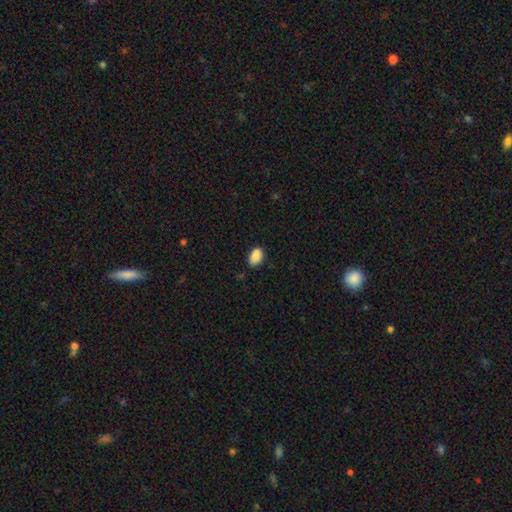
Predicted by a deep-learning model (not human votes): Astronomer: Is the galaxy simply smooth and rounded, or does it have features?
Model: smooth — 89%.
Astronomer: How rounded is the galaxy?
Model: in between — 88%.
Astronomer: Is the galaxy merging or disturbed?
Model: none — 80%.